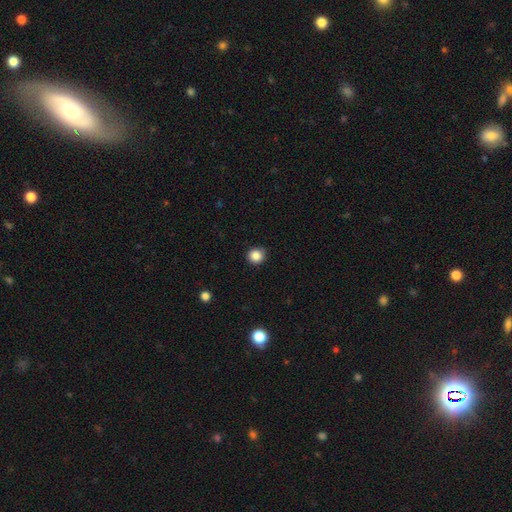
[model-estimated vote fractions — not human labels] Overall: smooth (87%). How rounded: round (90%). Merging: none (89%).